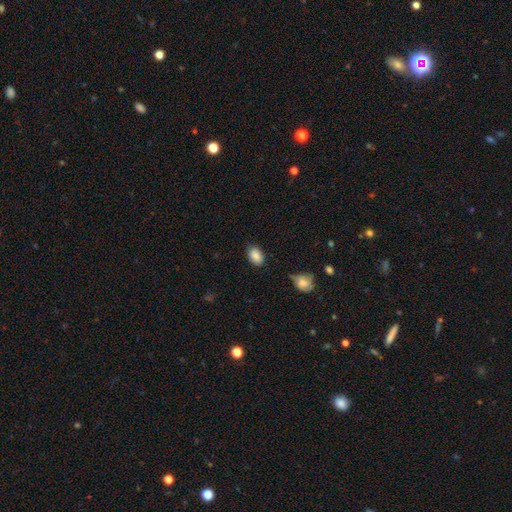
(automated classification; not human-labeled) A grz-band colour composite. It shows a smooth galaxy with no disk features (87%) that is in between round and cigar-shaped (84%). Merging: none (79%).